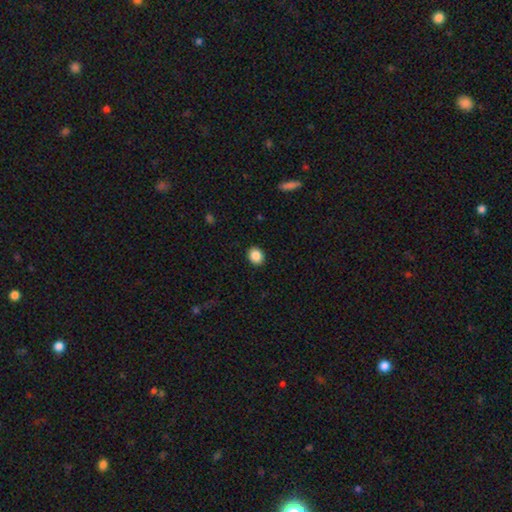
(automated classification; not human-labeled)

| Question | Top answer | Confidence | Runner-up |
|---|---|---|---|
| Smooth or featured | smooth | 88% | star or artifact (9%) |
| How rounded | round | 67% | in between (32%) |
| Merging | none | 91% | minor disturbance (6%) |